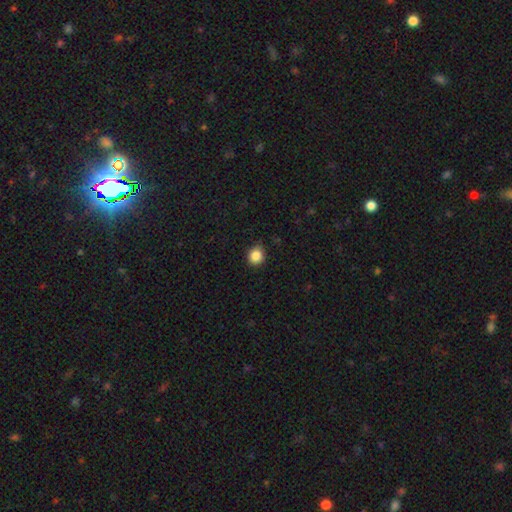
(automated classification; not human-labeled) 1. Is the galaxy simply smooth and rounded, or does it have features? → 86% smooth, 10% star or artifact, 4% featured or disk.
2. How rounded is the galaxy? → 82% round, 17% in between, 1% cigar-shaped.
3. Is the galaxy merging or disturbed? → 83% none, 13% minor disturbance, 2% major disturbance, 1% merger.